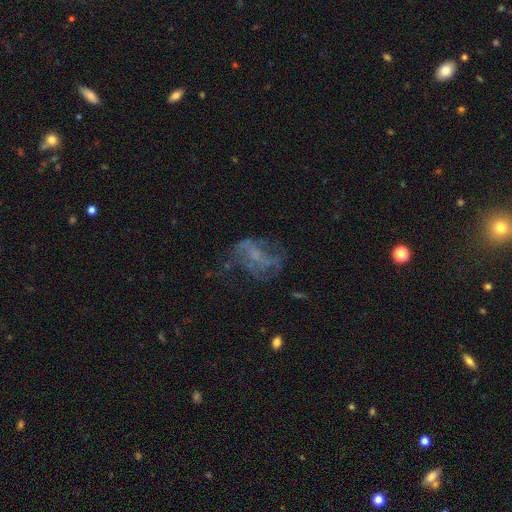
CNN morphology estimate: Smooth or featured? Predicted: featured or disk (p=0.57). Edge-on disk? Predicted: no (p=0.97). Bar? Predicted: no (p=0.66). Spiral arms? Predicted: no (p=0.59). Bulge size? Predicted: none (p=0.50). Merging? Predicted: none (p=0.41).